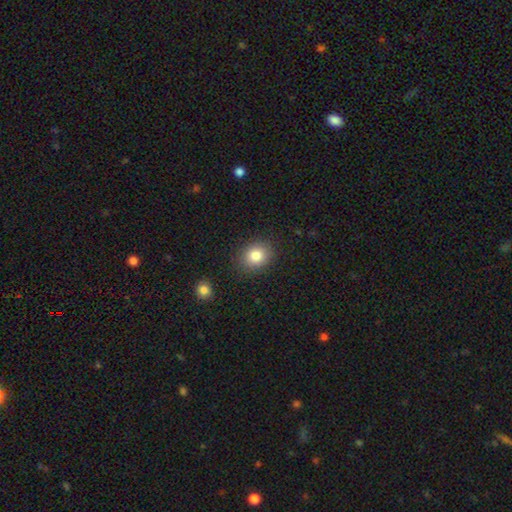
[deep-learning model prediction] smooth 82%, star or artifact 10%, featured or disk 8%. Down the decision tree: how rounded — round (63%); merging — none (87%).